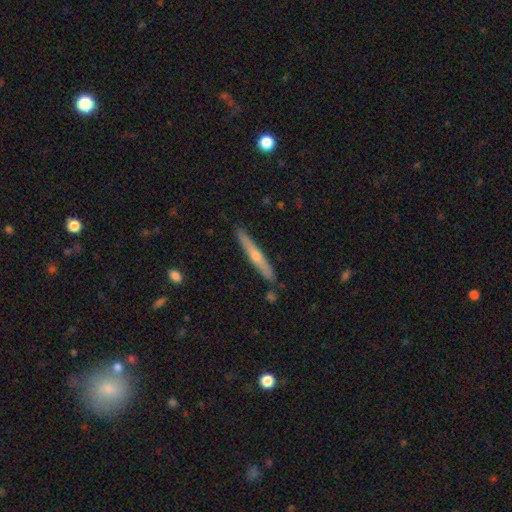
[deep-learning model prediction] This appears to be a featured or disk galaxy (64%) viewed edge-on (95%) with a rounded central bulge (85%). Merging: none (87%).